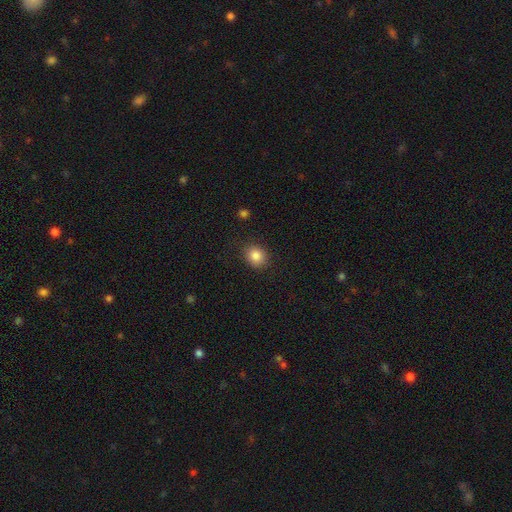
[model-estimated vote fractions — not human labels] This is clearly a smooth galaxy (84%). How rounded: likely round (64%). Merging: clearly none (86%).